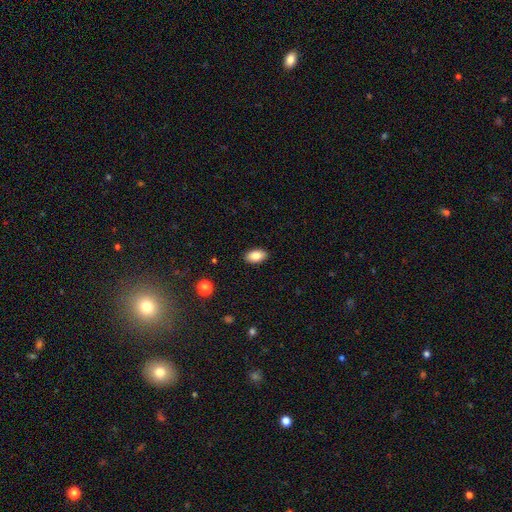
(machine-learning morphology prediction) smooth-or-featured: smooth: 85% | star or artifact: 8% | featured or disk: 7%
  how-rounded: in between: 93% | round: 5% | cigar-shaped: 2%
  merging: none: 89% | minor disturbance: 8% | major disturbance: 2% | merger: 1%